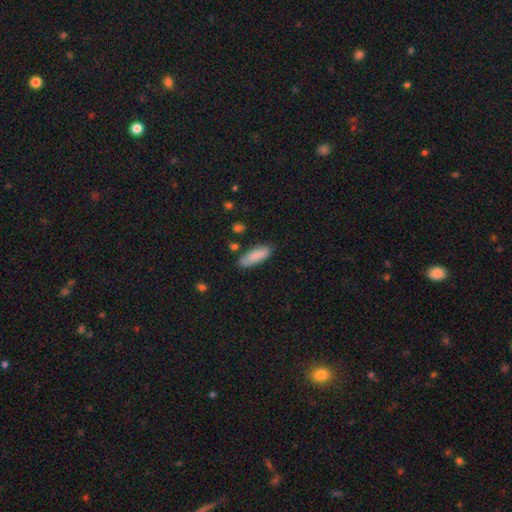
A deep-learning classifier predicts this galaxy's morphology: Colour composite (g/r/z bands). It shows a smooth galaxy with no disk features (86%) that is in between round and cigar-shaped (54%). Merging: none (78%).